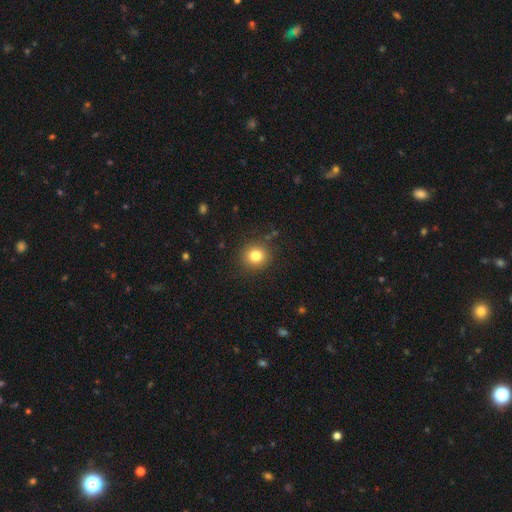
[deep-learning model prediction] This is clearly a smooth galaxy (81%). How rounded: clearly round (89%). Merging: clearly none (89%).